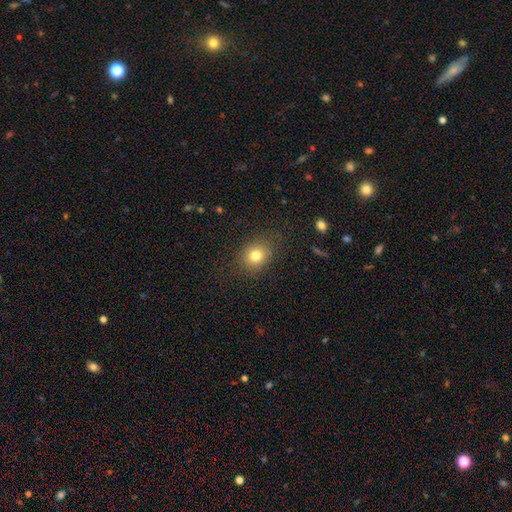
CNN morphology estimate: Smooth or featured? Predicted: smooth (p=0.79). How rounded? Predicted: round (p=0.61). Merging? Predicted: none (p=0.81).